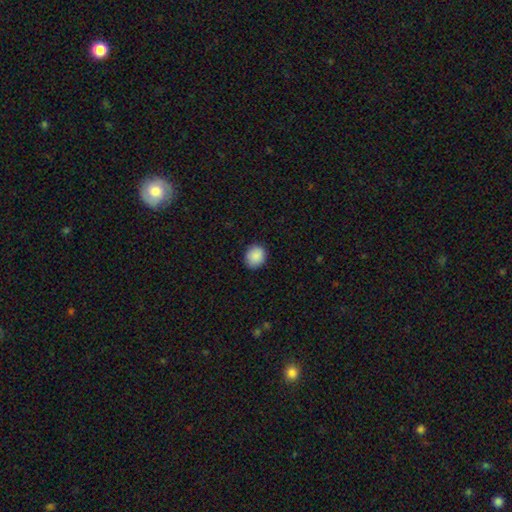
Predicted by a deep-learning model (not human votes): A smooth galaxy with no disk features (89%) that is round (75%). Merging: none (87%).